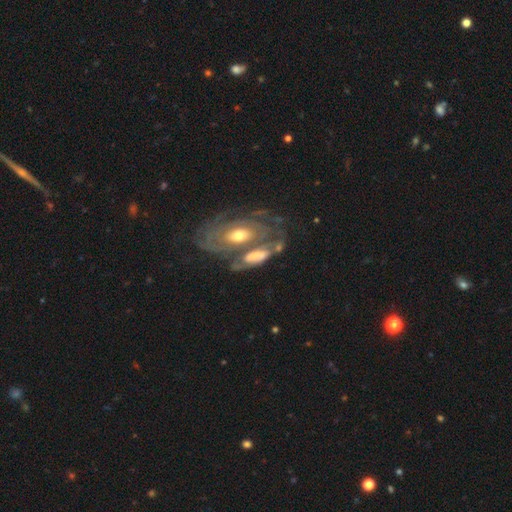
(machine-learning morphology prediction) smooth_or_featured: featured or disk (p=0.74) [alt: smooth p=0.19]
disk_edge_on: no (p=0.89) [alt: yes p=0.11]
bar: no (p=0.65) [alt: weak p=0.24]
has_spiral_arms: yes (p=0.76) [alt: no p=0.24]
bulge_size: moderate (p=0.55) [alt: small p=0.29]
merging: merger (p=0.39) [alt: none p=0.38]